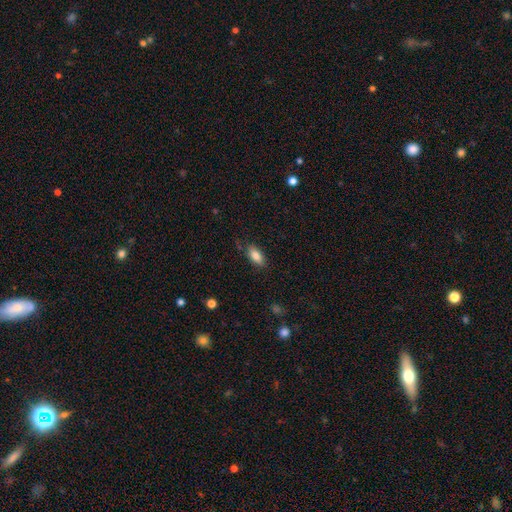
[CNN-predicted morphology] smooth-or-featured: smooth: 85% | featured or disk: 8% | star or artifact: 7%
  how-rounded: in between: 88% | cigar-shaped: 9% | round: 3%
  merging: none: 79% | minor disturbance: 16% | major disturbance: 4% | merger: 2%